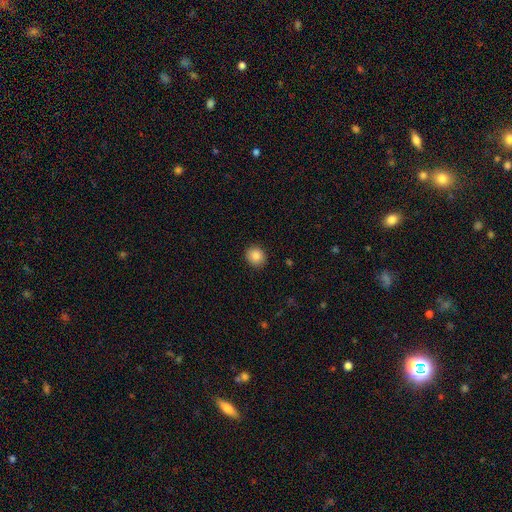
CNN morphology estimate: smooth-or-featured: smooth: 87% | star or artifact: 9% | featured or disk: 4%
  how-rounded: round: 81% | in between: 18% | cigar-shaped: 1%
  merging: none: 89% | minor disturbance: 8% | major disturbance: 2% | merger: 1%